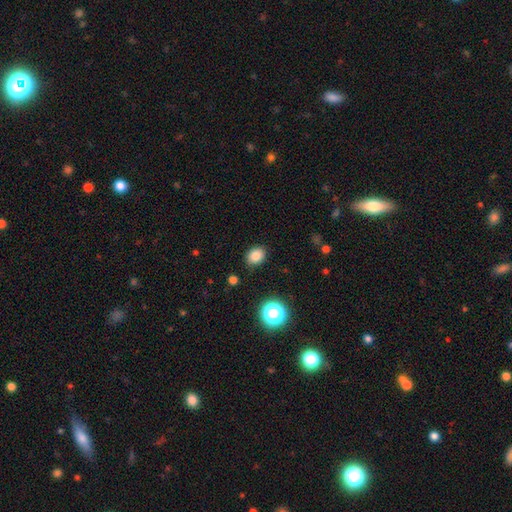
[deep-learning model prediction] Smooth or featured? smooth (83%)
How rounded? in between (53%)
Merging? none (87%)